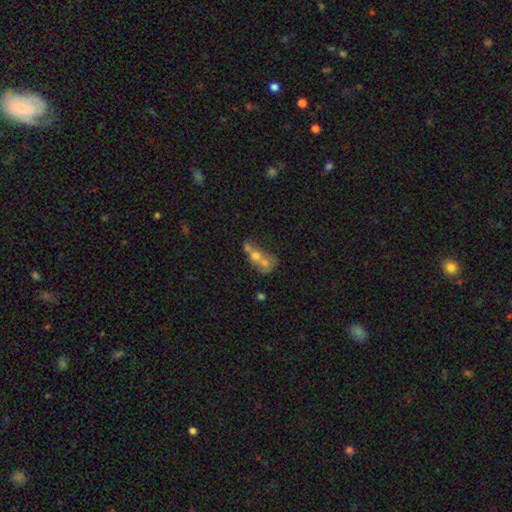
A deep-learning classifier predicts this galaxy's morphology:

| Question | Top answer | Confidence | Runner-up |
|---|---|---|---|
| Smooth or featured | smooth | 45% | featured or disk (36%) |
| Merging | merger | 60% | none (21%) |